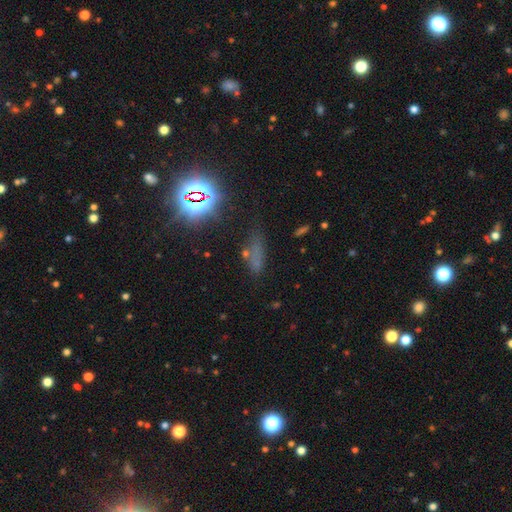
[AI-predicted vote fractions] This appears to be a smooth galaxy with no disk features (44%). Merging: none (57%).